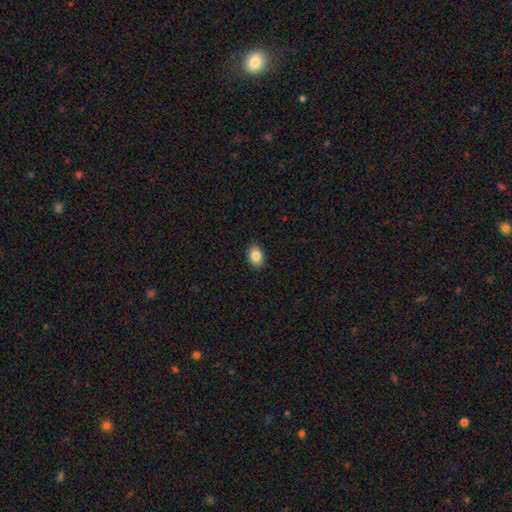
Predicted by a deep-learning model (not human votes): The model was most divided on "how rounded": in between: 76%, round: 22%, cigar-shaped: 1%. More confident: merging — none (89%); smooth or featured — smooth (86%).